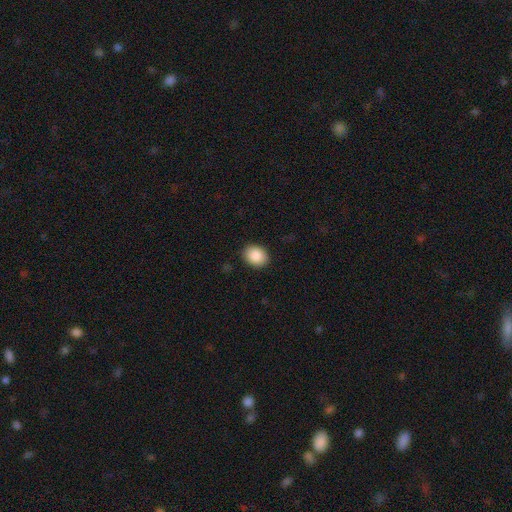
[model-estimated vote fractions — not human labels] Q: Smooth or featured?
A: smooth (89%); runner-up: star or artifact (8%)
Q: How rounded?
A: in between (55%); runner-up: round (44%)
Q: Merging?
A: none (90%); runner-up: minor disturbance (7%)